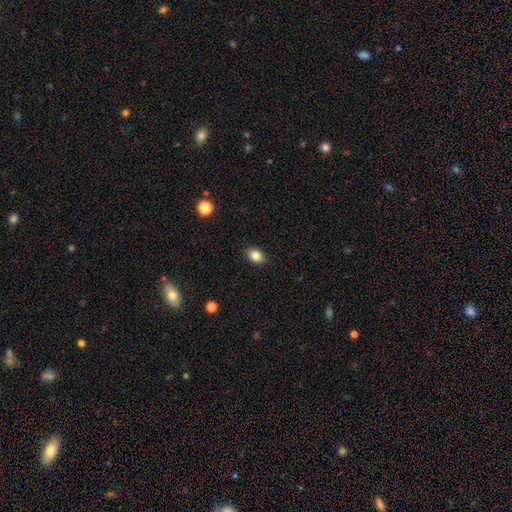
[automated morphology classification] The model was most divided on "how rounded": in between: 70%, round: 29%, cigar-shaped: 1%. More confident: merging — none (88%); smooth or featured — smooth (84%).